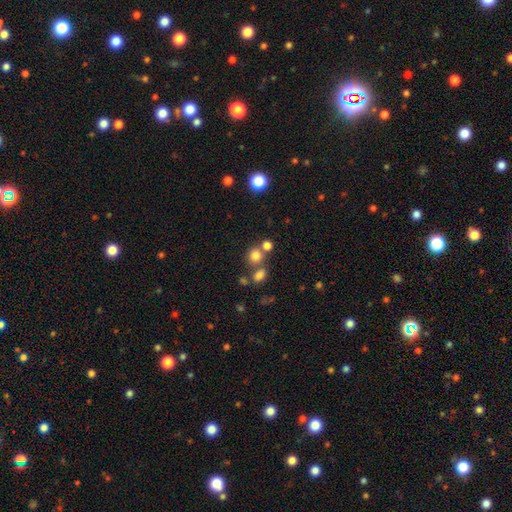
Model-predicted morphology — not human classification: The model was most divided on "merging": none: 59%, merger: 28%, minor disturbance: 8%, major disturbance: 4%. More confident: how rounded — round (81%); smooth or featured — smooth (77%).